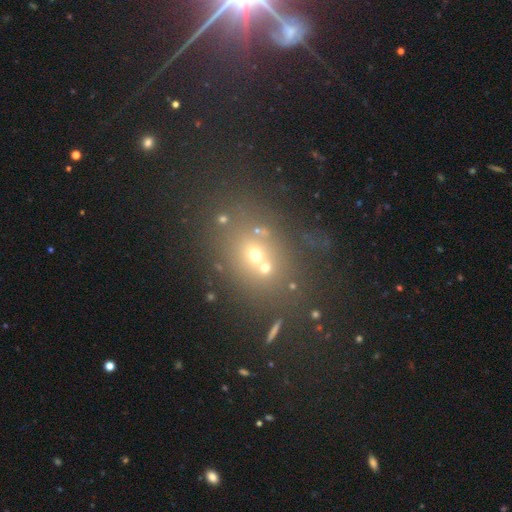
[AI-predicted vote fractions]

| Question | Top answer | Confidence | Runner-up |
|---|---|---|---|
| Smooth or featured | smooth | 43% | star or artifact (38%) |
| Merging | none | 54% | merger (28%) |